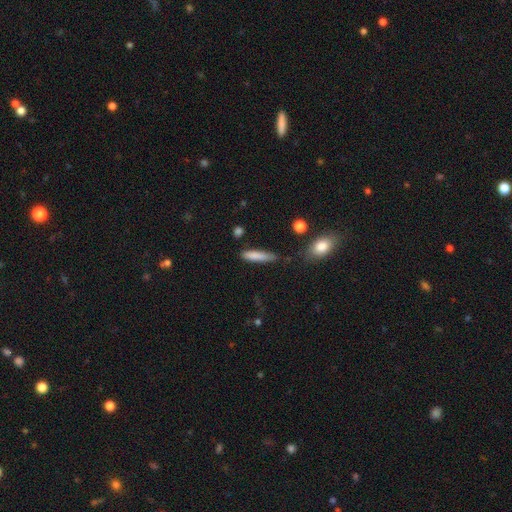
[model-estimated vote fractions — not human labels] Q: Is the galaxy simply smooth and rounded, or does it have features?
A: smooth — 82%.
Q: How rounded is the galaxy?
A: cigar-shaped — 80%.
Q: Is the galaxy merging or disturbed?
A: none — 69%.